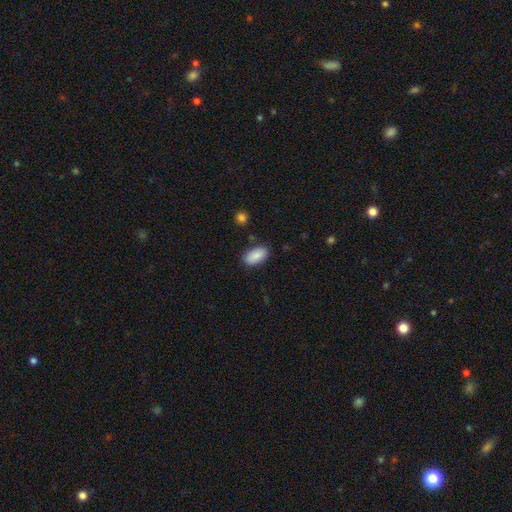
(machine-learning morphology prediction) A smooth galaxy with no disk features (87%) that is in between round and cigar-shaped (94%). Merging: none (85%).